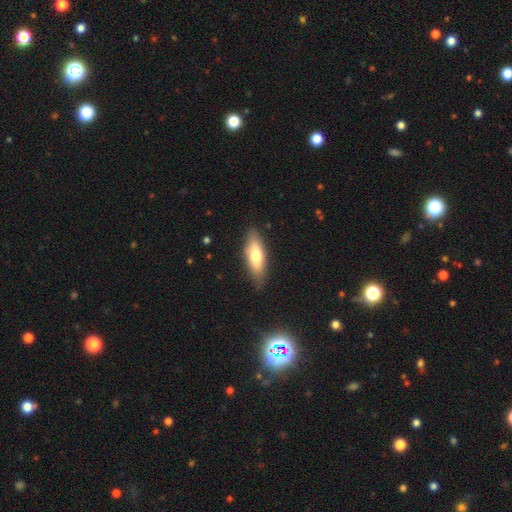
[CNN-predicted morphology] smooth-or-featured: smooth: 68% | featured or disk: 26% | star or artifact: 6%
  how-rounded: in between: 62% | cigar-shaped: 36% | round: 2%
  merging: none: 83% | minor disturbance: 13% | major disturbance: 3% | merger: 1%